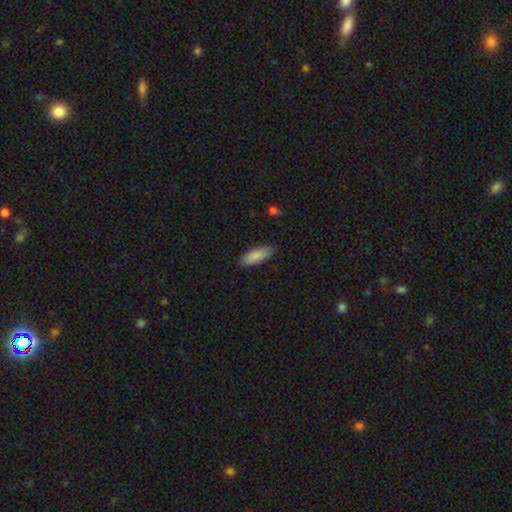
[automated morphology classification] This appears to be a smooth galaxy with no disk features (88%) that is in between round and cigar-shaped (70%). Merging: none (88%).